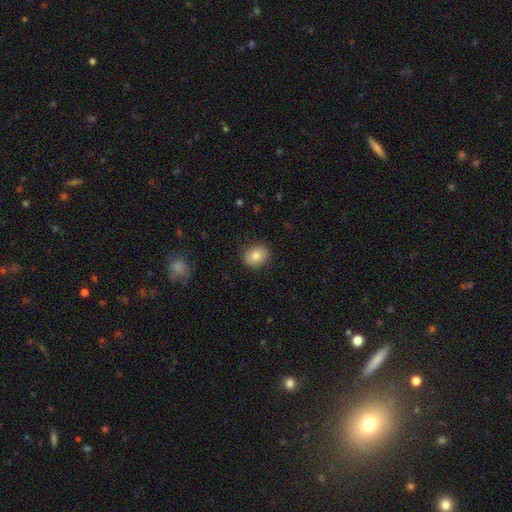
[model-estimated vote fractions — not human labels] Q: Smooth or featured?
A: smooth (84%); runner-up: star or artifact (8%)
Q: How rounded?
A: round (53%); runner-up: in between (46%)
Q: Merging?
A: none (89%); runner-up: minor disturbance (8%)